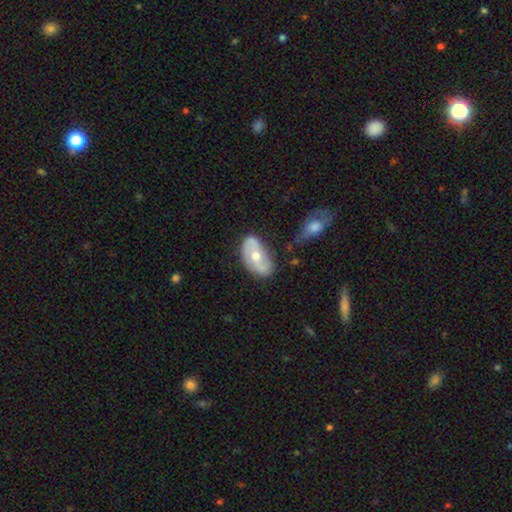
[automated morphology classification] A featured or disk galaxy (56%) with no bar (69%), spiral arms (59%) and a moderate central bulge (69%).

Vote fractions:
- Smooth or featured? featured or disk: 56% / smooth: 38% / star or artifact: 6%
- Edge-on disk? no: 91% / yes: 9%
- Bar? no: 69% / weak: 22% / strong: 9%
- Spiral arms? yes: 59% / no: 41%
- Bulge size? moderate: 69% / small: 26% / large: 3% / none: 1% / dominant: 1%
- Merging? none: 64% / minor disturbance: 24% / major disturbance: 6% / merger: 5%